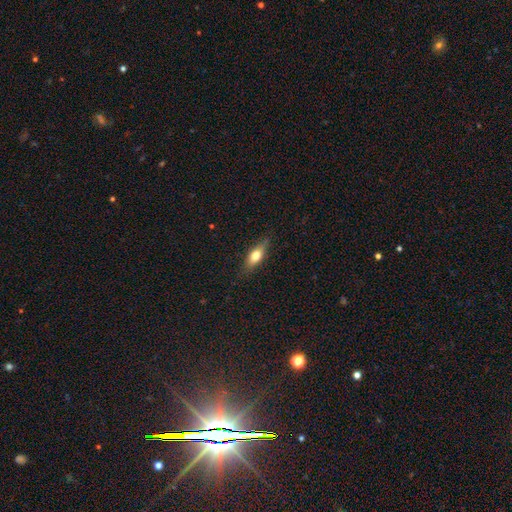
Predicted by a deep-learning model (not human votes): smooth-or-featured: smooth: 65% | featured or disk: 27% | star or artifact: 7%
  how-rounded: in between: 62% | cigar-shaped: 35% | round: 4%
  merging: none: 81% | minor disturbance: 15% | major disturbance: 3% | merger: 1%